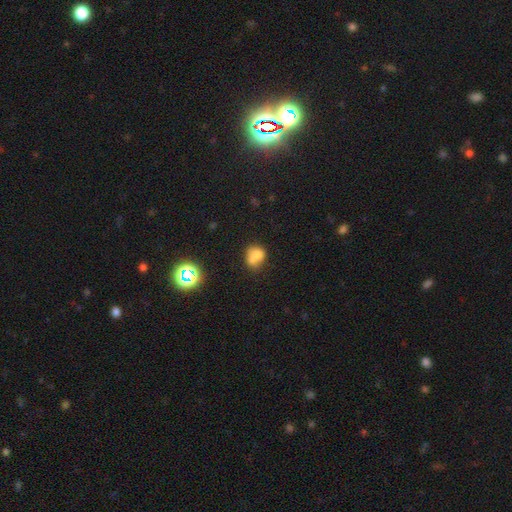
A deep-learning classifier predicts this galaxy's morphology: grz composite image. It shows a smooth galaxy with no disk features (68%) that is round (58%). Merging: merger (49%).